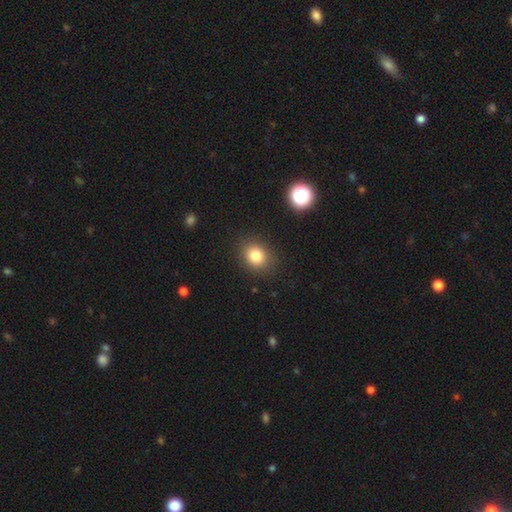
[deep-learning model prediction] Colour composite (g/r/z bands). It shows a smooth galaxy with no disk features (81%) that is round (62%). Merging: none (87%).